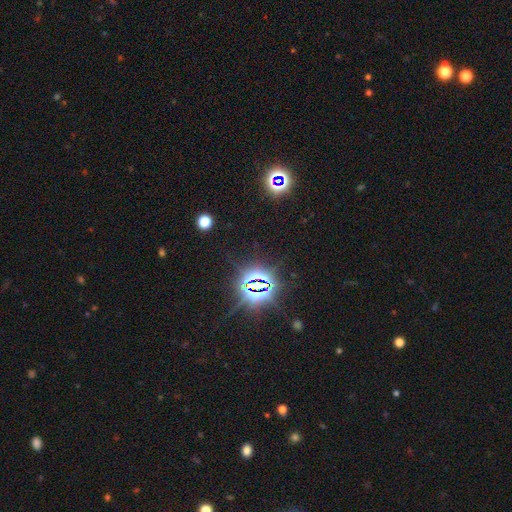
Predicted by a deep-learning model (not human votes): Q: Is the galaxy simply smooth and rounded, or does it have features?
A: star or artifact — 82%.